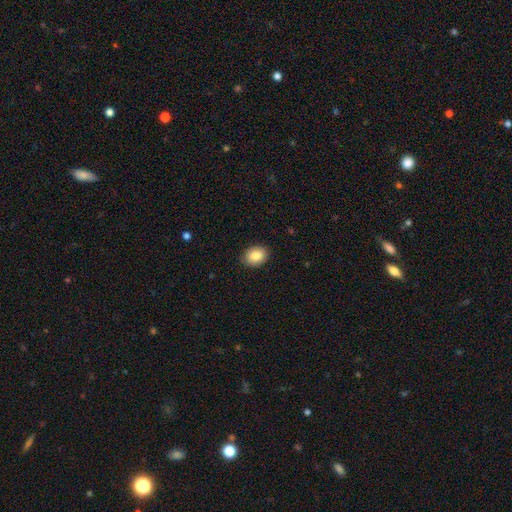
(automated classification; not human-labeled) Smooth or featured?
  - smooth: 85% *
  - star or artifact: 8%
  - featured or disk: 7%
How rounded?
  - in between: 64% *
  - round: 35%
  - cigar-shaped: 1%
Merging?
  - none: 89% *
  - minor disturbance: 8%
  - major disturbance: 2%
  - merger: 1%